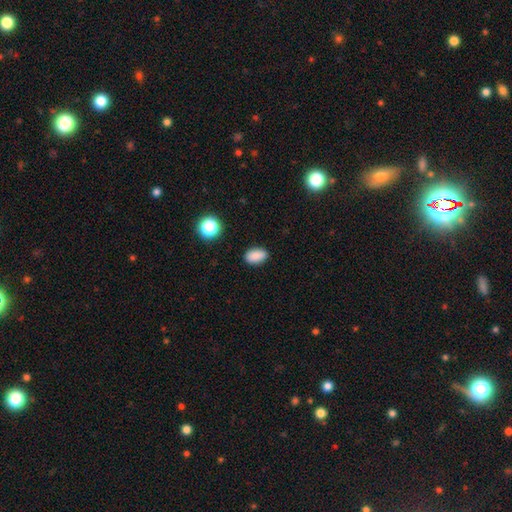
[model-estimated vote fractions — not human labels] The model was most divided on "merging": none: 86%, minor disturbance: 10%, major disturbance: 2%, merger: 1%. More confident: how rounded — in between (88%); smooth or featured — smooth (87%).